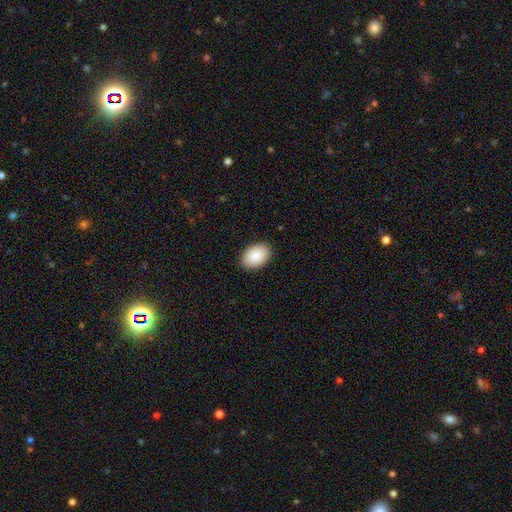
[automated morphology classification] Q: Smooth or featured?
A: smooth (88%); runner-up: star or artifact (6%)
Q: How rounded?
A: in between (88%); runner-up: round (11%)
Q: Merging?
A: none (90%); runner-up: minor disturbance (8%)